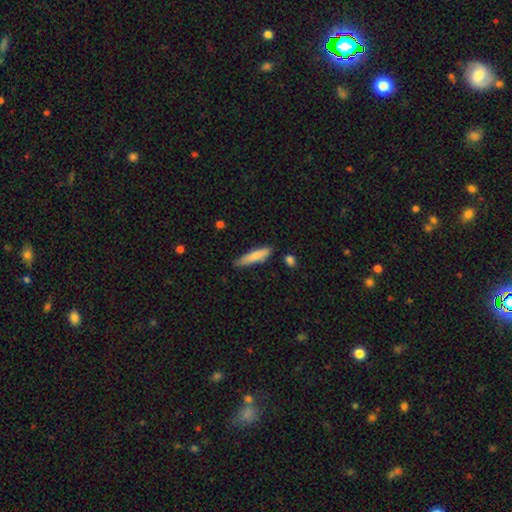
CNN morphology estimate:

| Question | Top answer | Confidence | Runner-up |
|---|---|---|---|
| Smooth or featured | smooth | 79% | featured or disk (15%) |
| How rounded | cigar-shaped | 79% | in between (20%) |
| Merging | none | 75% | minor disturbance (19%) |